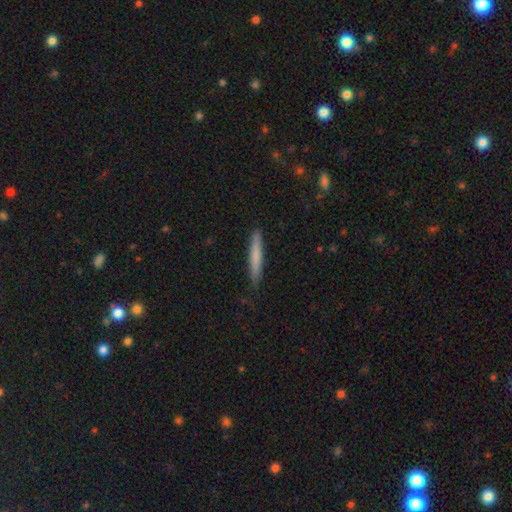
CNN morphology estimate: This is likely a smooth galaxy (73%). How rounded: clearly cigar-shaped (95%). Merging: clearly none (88%).